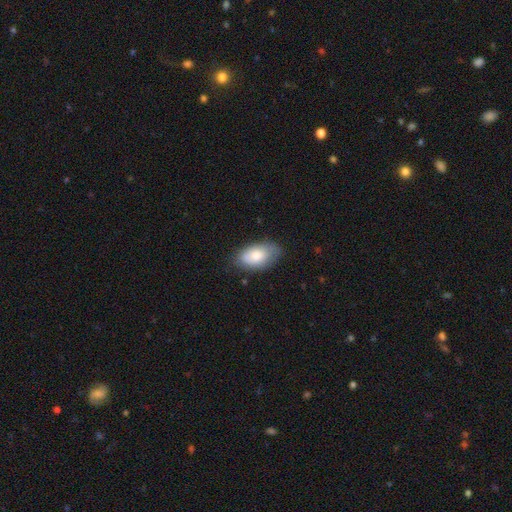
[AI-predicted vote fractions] smooth 77%, featured or disk 17%, star or artifact 6%. Down the decision tree: how rounded — in between (94%); merging — none (70%).